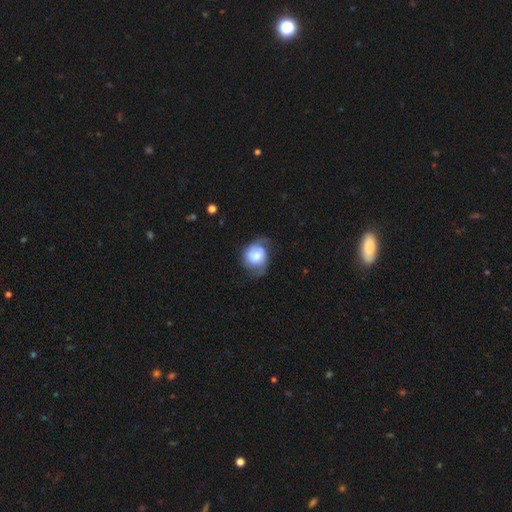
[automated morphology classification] Q: Smooth or featured?
A: smooth (49%); runner-up: featured or disk (43%)
Q: Merging?
A: none (45%); runner-up: minor disturbance (32%)